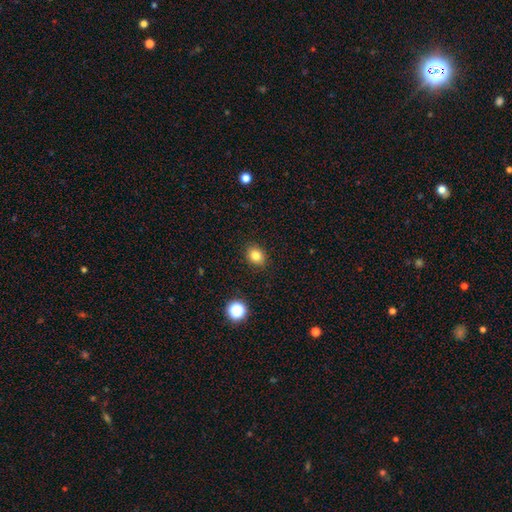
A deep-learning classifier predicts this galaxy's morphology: Smooth or featured? Predicted: smooth (p=0.82). How rounded? Predicted: in between (p=0.59). Merging? Predicted: none (p=0.88).